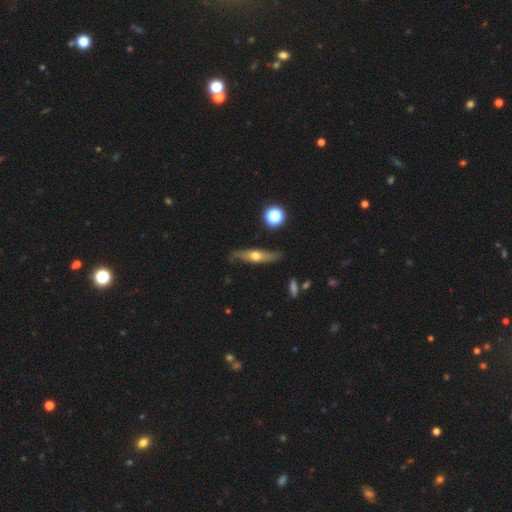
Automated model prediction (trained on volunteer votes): This is possibly a featured or disk galaxy (56%). It is clearly viewed edge-on (84%). Merging: likely none (78%).